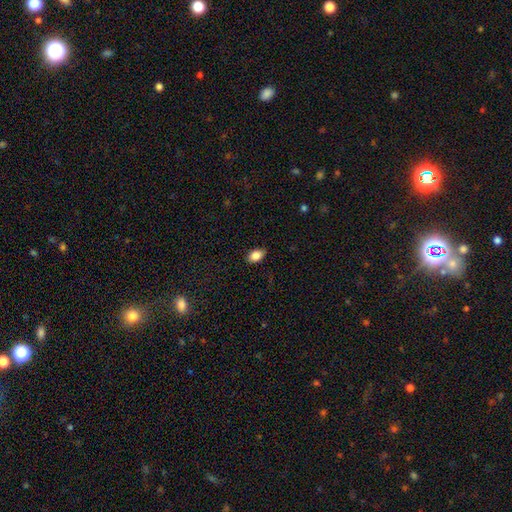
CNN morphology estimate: This is clearly a smooth galaxy (86%). How rounded: clearly in between (88%). Merging: clearly none (87%).